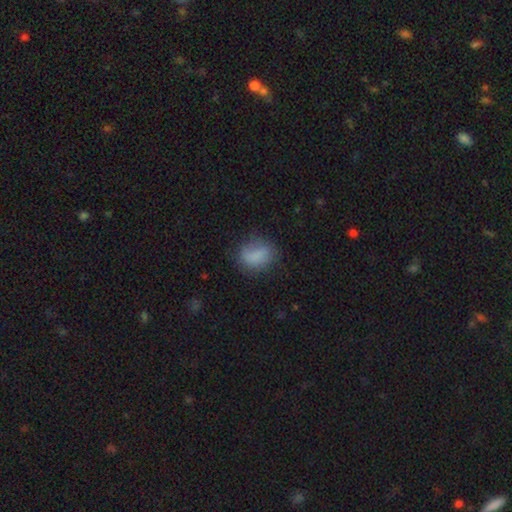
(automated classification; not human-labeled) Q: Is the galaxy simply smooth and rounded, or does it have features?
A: smooth — 81%.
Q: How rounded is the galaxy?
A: in between — 66%.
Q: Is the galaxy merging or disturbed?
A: none — 63%.